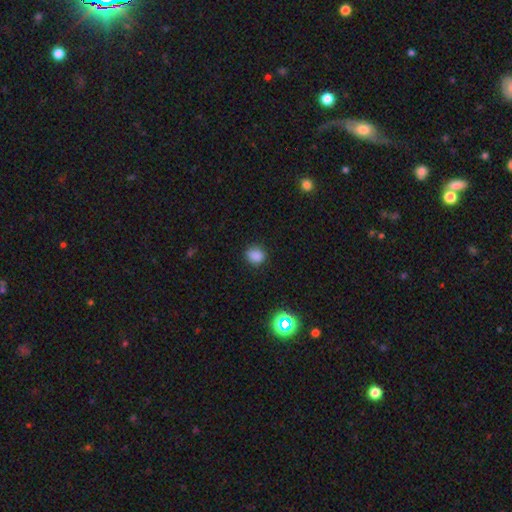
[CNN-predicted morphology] smooth_or_featured: smooth (p=0.83) [alt: star or artifact p=0.13]
how_rounded: round (p=0.61) [alt: in between p=0.38]
merging: none (p=0.81) [alt: minor disturbance p=0.14]